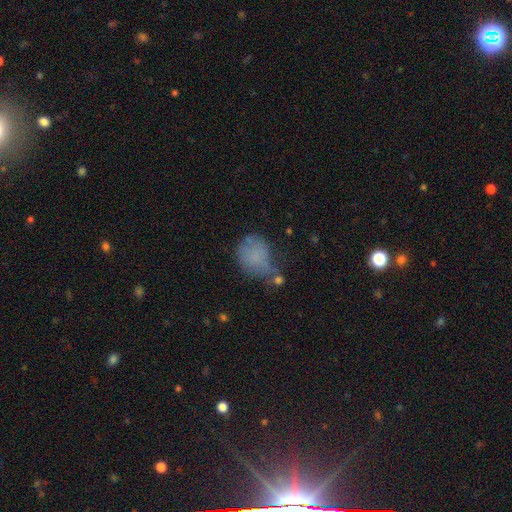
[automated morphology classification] smooth_or_featured: smooth (p=0.70) [alt: featured or disk p=0.16]
how_rounded: in between (p=0.49) [tied with: round p=0.49]
merging: none (p=0.34) [alt: minor disturbance p=0.31]